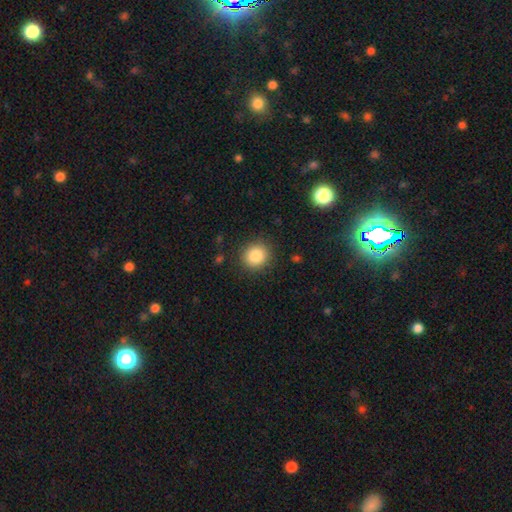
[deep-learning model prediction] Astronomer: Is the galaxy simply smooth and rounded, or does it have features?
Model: smooth — 86%.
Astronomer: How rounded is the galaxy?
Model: round — 83%.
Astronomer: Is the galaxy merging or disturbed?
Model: none — 88%.